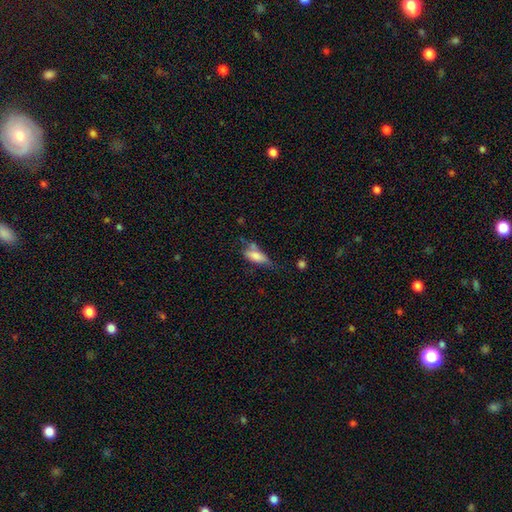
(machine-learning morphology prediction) smooth_or_featured: smooth (p=0.70) [alt: featured or disk p=0.21]
how_rounded: in between (p=0.72) [alt: cigar-shaped p=0.25]
merging: none (p=0.35) [alt: minor disturbance p=0.31]